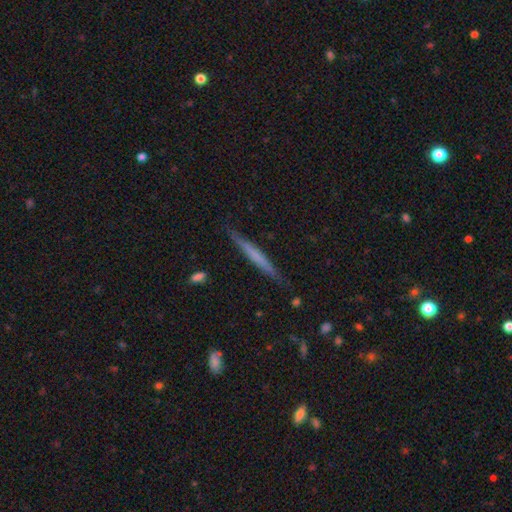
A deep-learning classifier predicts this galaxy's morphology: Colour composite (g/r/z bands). It shows a smooth galaxy with no disk features (48%). Merging: none (88%).